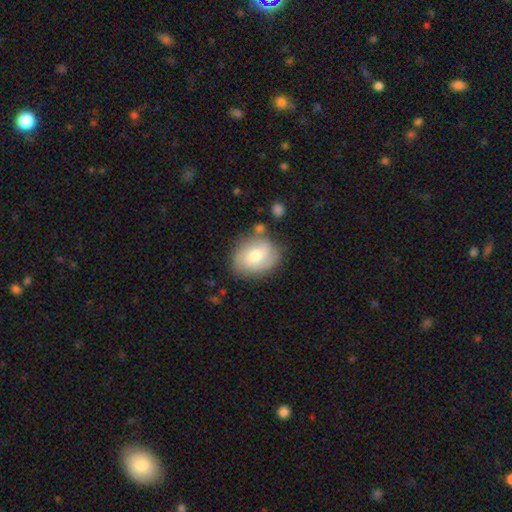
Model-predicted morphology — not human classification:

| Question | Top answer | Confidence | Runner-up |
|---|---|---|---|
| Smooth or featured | featured or disk | 52% | smooth (41%) |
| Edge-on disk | no | 96% | yes (4%) |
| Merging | none | 72% | minor disturbance (18%) |